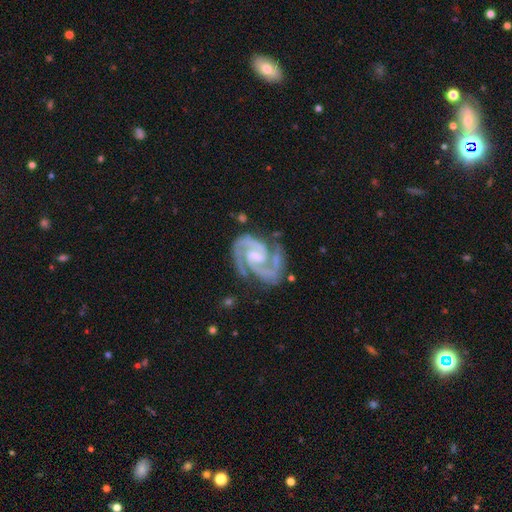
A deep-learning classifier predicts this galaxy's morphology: Q: Smooth or featured?
A: featured or disk (94%); runner-up: star or artifact (4%)
Q: Edge-on disk?
A: no (98%); runner-up: yes (2%)
Q: Bar?
A: weak (48%); runner-up: no (31%)
Q: Spiral arms?
A: yes (99%); runner-up: no (1%)
Q: Spiral winding?
A: tight (49%); runner-up: medium (46%)
Q: Spiral arm count?
A: 2 (91%); runner-up: 3 (4%)
Q: Bulge size?
A: small (44%); runner-up: moderate (38%)
Q: Merging?
A: none (72%); runner-up: minor disturbance (19%)